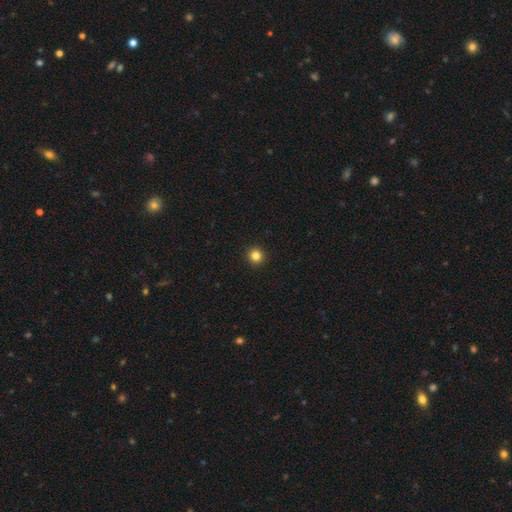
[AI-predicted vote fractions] Smooth or featured?
  - smooth: 83% *
  - star or artifact: 13%
  - featured or disk: 5%
How rounded?
  - round: 95% *
  - in between: 4%
  - cigar-shaped: 1%
Merging?
  - none: 94% *
  - minor disturbance: 4%
  - major disturbance: 1%
  - merger: 1%